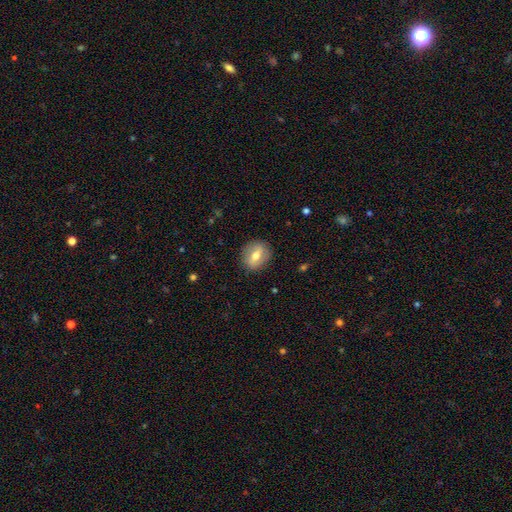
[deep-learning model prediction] This is possibly a smooth galaxy (58%). How rounded: likely round (62%). Merging: clearly none (86%).